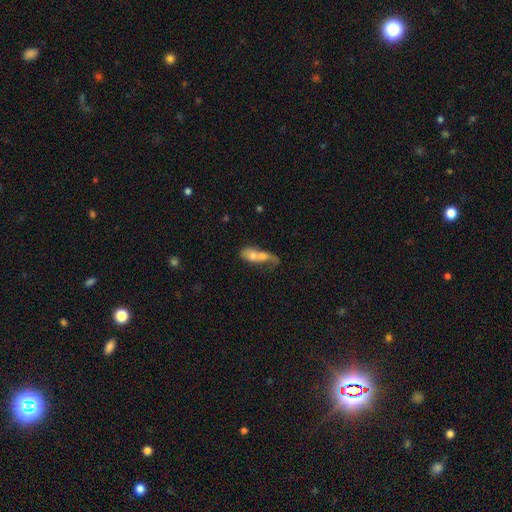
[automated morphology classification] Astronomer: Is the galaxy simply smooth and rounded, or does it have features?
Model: smooth — 60%.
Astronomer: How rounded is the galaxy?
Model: in between — 68%.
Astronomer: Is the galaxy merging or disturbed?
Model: merger — 69%.